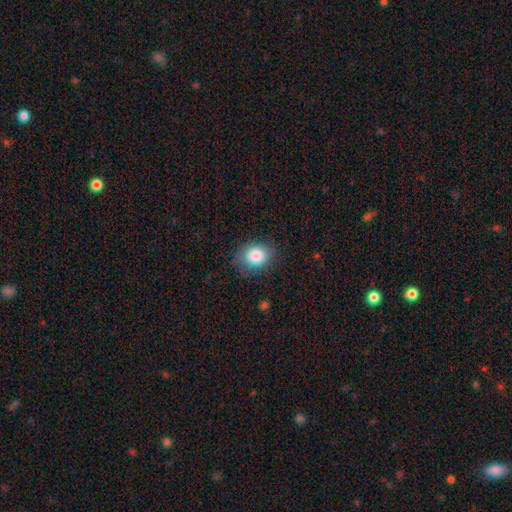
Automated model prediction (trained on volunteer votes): smooth_or_featured: smooth (p=0.84) [alt: star or artifact p=0.09]
how_rounded: round (p=0.50) [alt: in between p=0.49]
merging: none (p=0.78) [alt: minor disturbance p=0.16]